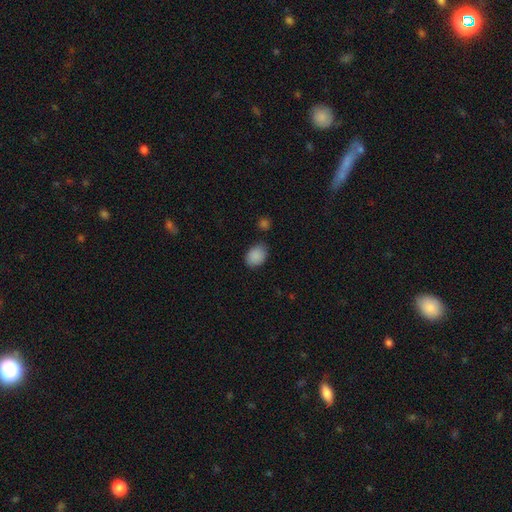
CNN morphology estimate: Smooth or featured: smooth — 89% (star or artifact — 8%)
How rounded: in between — 72% (round — 27%)
Merging: none — 75% (minor disturbance — 17%)